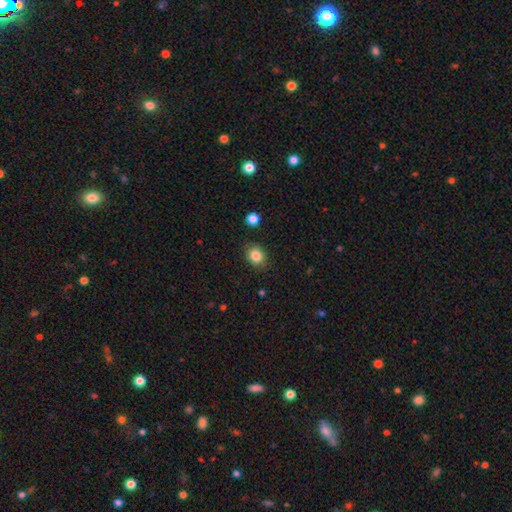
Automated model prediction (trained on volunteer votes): Smooth or featured?
  - smooth: 84% *
  - star or artifact: 10%
  - featured or disk: 5%
How rounded?
  - round: 56% *
  - in between: 43%
  - cigar-shaped: 1%
Merging?
  - none: 85% *
  - minor disturbance: 11%
  - major disturbance: 3%
  - merger: 2%